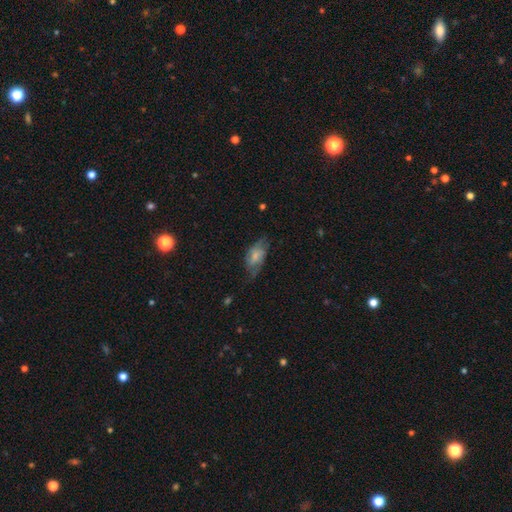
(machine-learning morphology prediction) smooth_or_featured: smooth (p=0.49) [alt: featured or disk p=0.44]
merging: none (p=0.53) [alt: minor disturbance p=0.30]